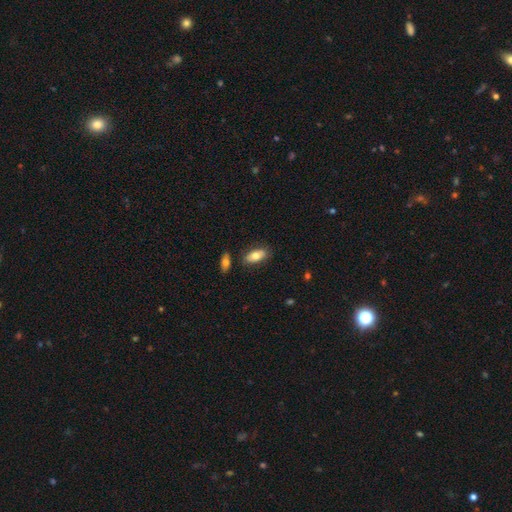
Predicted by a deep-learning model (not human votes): smooth-or-featured: smooth: 75% | featured or disk: 19% | star or artifact: 6%
  how-rounded: in between: 89% | cigar-shaped: 8% | round: 3%
  merging: none: 79% | minor disturbance: 13% | merger: 5% | major disturbance: 3%